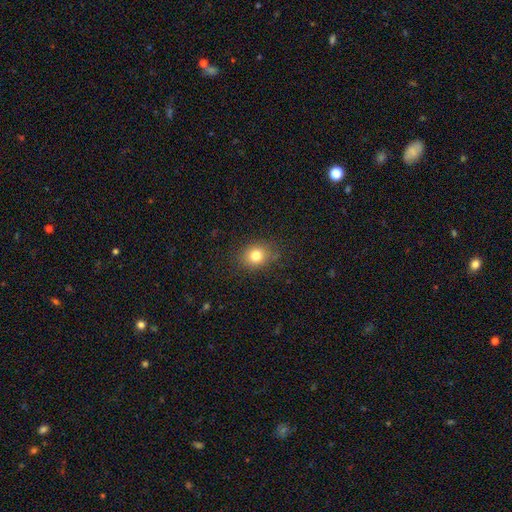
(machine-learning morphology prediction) smooth_or_featured: smooth (p=0.79) [alt: star or artifact p=0.13]
how_rounded: round (p=0.63) [alt: in between p=0.36]
merging: none (p=0.84) [alt: minor disturbance p=0.11]